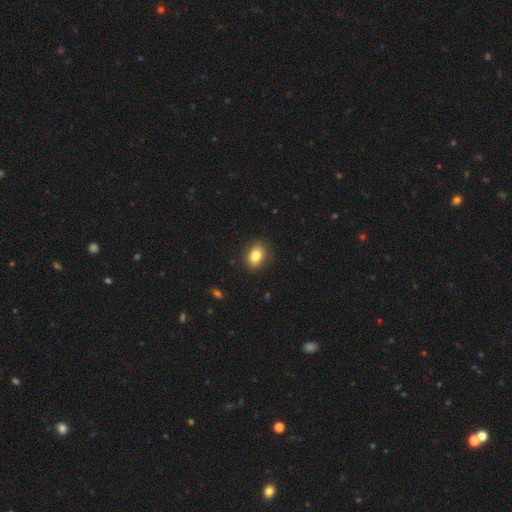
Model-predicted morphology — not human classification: Q: Smooth or featured?
A: smooth (82%); runner-up: featured or disk (9%)
Q: How rounded?
A: in between (72%); runner-up: round (27%)
Q: Merging?
A: none (88%); runner-up: minor disturbance (9%)